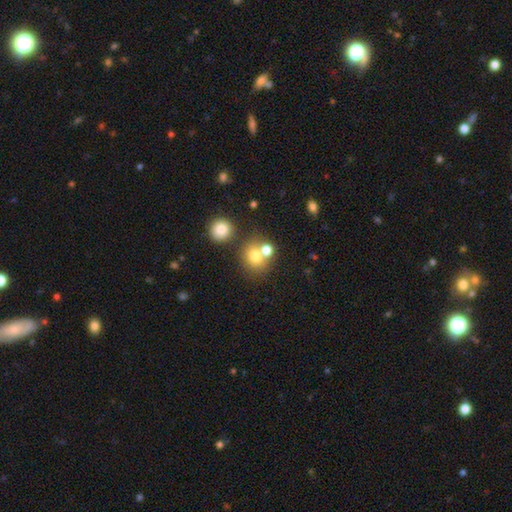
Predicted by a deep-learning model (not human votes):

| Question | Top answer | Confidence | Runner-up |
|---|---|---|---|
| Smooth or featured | smooth | 73% | star or artifact (14%) |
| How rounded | round | 79% | in between (20%) |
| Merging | none | 51% | merger (36%) |